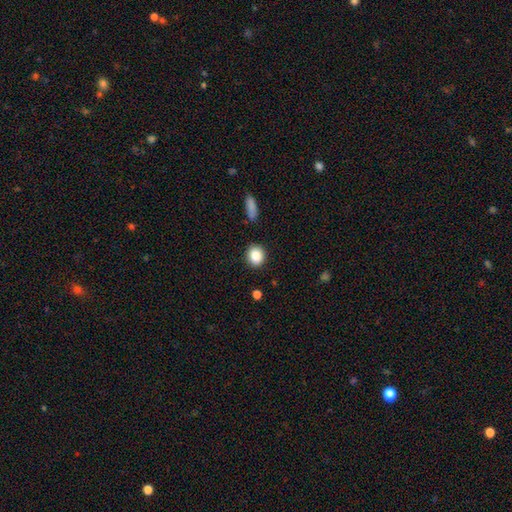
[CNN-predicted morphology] Overall: smooth (87%). How rounded: round (70%). Merging: none (88%).